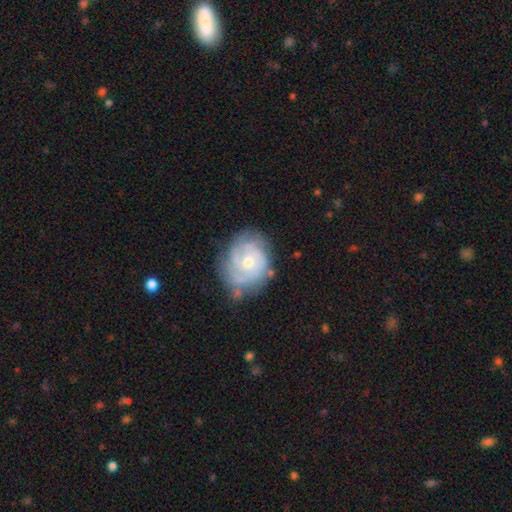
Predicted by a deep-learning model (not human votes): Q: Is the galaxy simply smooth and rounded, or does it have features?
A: featured or disk — 77%.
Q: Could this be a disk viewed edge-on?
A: no — 98%.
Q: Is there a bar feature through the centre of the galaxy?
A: no — 75%.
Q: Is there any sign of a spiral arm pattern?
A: yes — 90%.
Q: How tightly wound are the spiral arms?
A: tight — 59%.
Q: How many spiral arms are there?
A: can't tell — 35%.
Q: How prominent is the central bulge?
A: moderate — 51%.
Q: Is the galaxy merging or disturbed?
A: none — 66%.